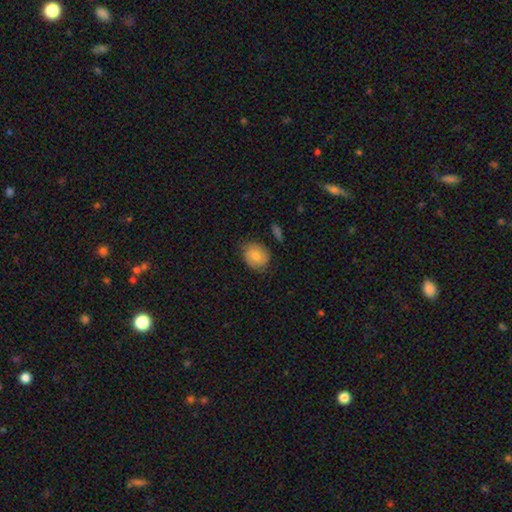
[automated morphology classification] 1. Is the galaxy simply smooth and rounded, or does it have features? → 64% smooth, 28% featured or disk, 8% star or artifact.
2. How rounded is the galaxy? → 59% round, 40% in between, 1% cigar-shaped.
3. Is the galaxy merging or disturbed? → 71% none, 22% minor disturbance, 5% major disturbance, 2% merger.